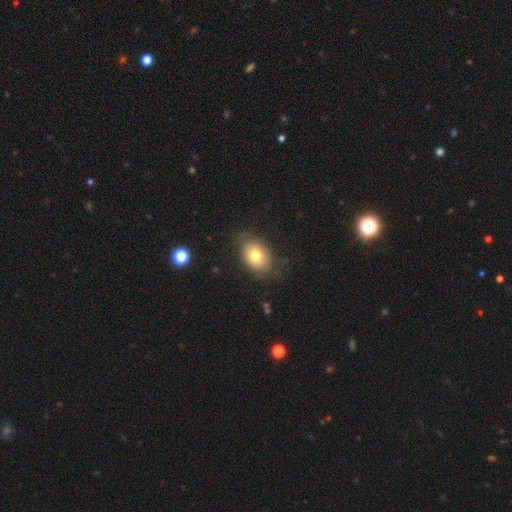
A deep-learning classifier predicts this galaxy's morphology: This appears to be a smooth galaxy with no disk features (76%) that is in between round and cigar-shaped (74%). Merging: none (75%).